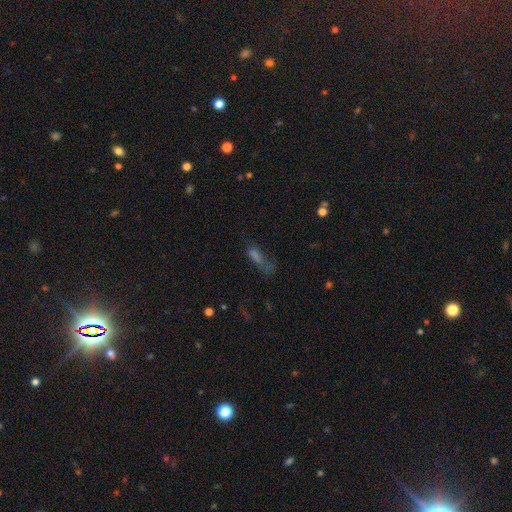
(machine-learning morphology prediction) Overall: smooth (48%; star or artifact 29%). Merging: none (42%; major disturbance 28%).